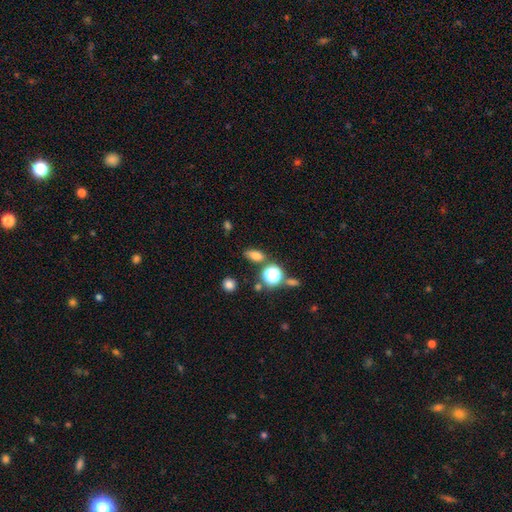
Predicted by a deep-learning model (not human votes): A smooth galaxy with no disk features (72%) that is in between round and cigar-shaped (75%). Merging: none (76%).